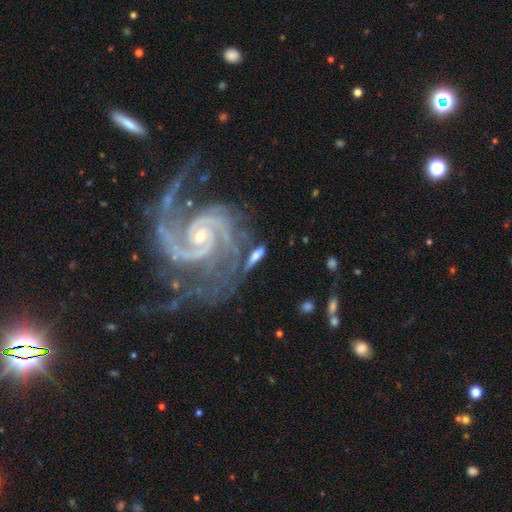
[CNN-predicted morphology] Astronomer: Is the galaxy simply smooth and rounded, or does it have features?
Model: featured or disk — 65%.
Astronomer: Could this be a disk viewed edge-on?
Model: no — 78%.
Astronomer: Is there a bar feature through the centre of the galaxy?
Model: no — 51% (runner-up: weak, 29%).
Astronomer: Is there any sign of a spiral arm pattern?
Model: yes — 86%.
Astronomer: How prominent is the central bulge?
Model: small — 53% (runner-up: moderate, 35%).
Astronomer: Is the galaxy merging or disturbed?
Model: none — 53%.